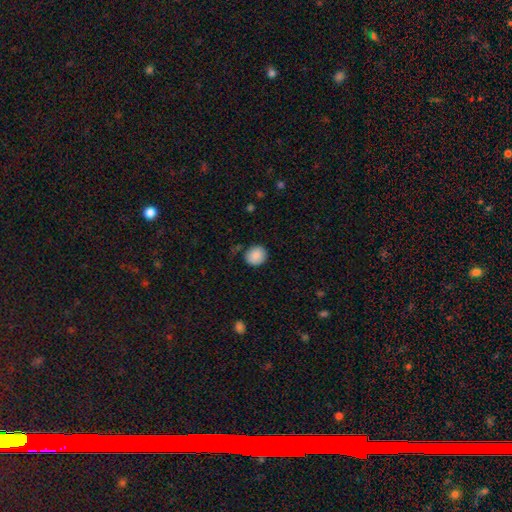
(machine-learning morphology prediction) type=smooth (87%); roundness=round (81%); merging=none (83%).